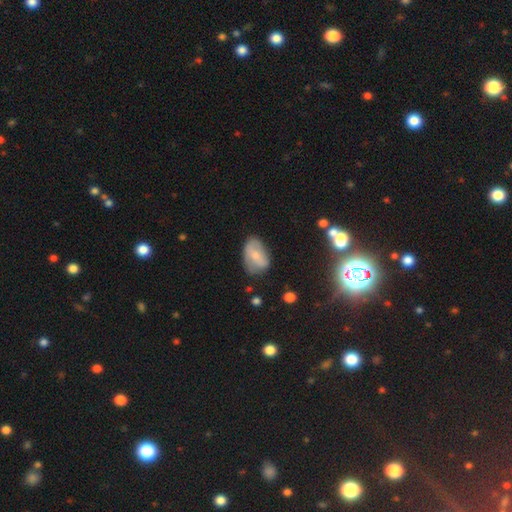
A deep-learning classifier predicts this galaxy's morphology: Q: Smooth or featured?
A: smooth (54%); runner-up: featured or disk (39%)
Q: How rounded?
A: in between (88%); runner-up: round (10%)
Q: Merging?
A: none (57%); runner-up: minor disturbance (30%)